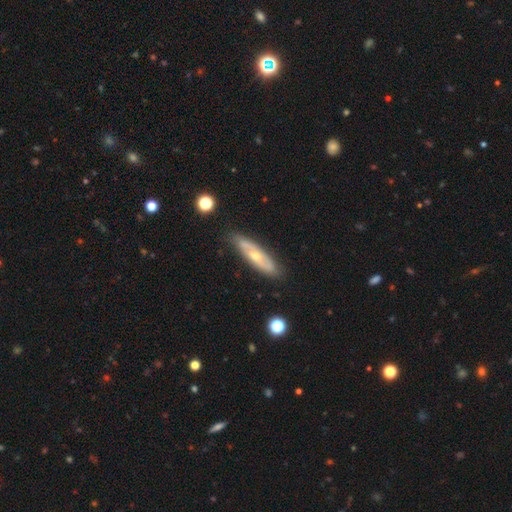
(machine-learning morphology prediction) smooth_or_featured: featured or disk (p=0.65) [alt: smooth p=0.30]
disk_edge_on: no (p=0.61) [alt: yes p=0.39]
merging: none (p=0.82) [alt: minor disturbance p=0.14]